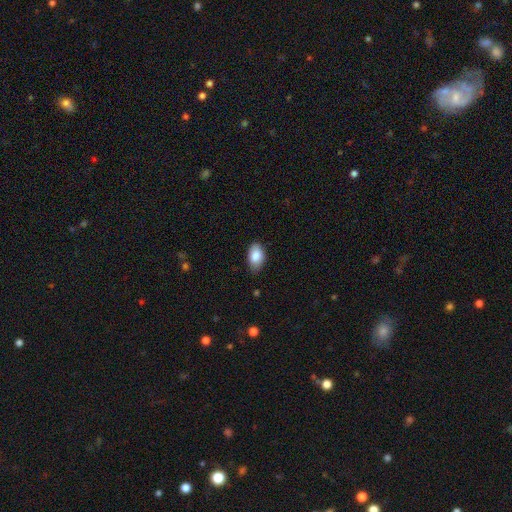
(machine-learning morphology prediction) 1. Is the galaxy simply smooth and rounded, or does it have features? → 86% smooth, 7% featured or disk, 7% star or artifact.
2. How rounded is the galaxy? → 92% in between, 7% round, 2% cigar-shaped.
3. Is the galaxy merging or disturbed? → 75% none, 21% minor disturbance, 3% major disturbance, 1% merger.